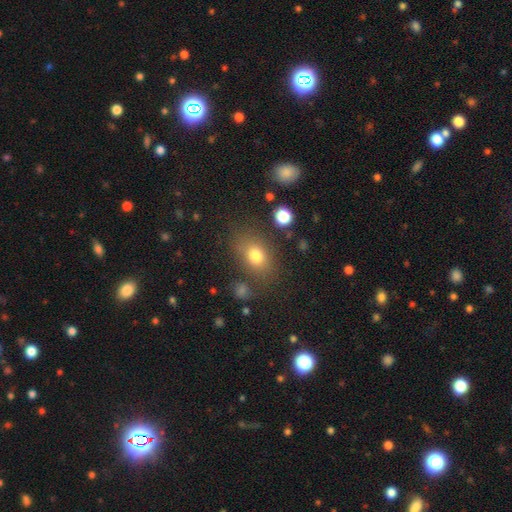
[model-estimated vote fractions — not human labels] smooth_or_featured: smooth (p=0.76) [alt: star or artifact p=0.13]
how_rounded: in between (p=0.68) [alt: round p=0.30]
merging: none (p=0.72) [alt: minor disturbance p=0.15]